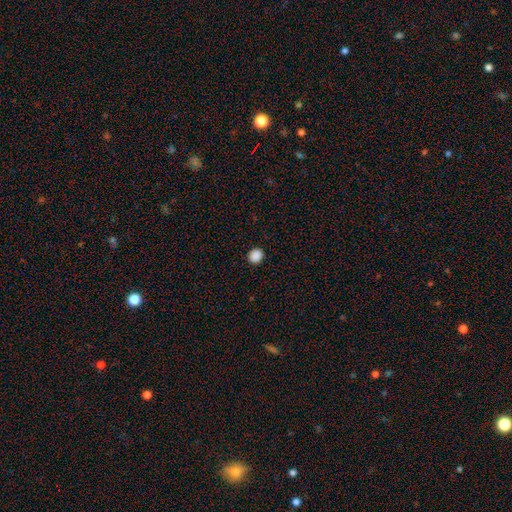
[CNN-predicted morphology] The model was most divided on "how rounded": round: 81%, in between: 19%, cigar-shaped: 1%. More confident: merging — none (92%); smooth or featured — smooth (88%).